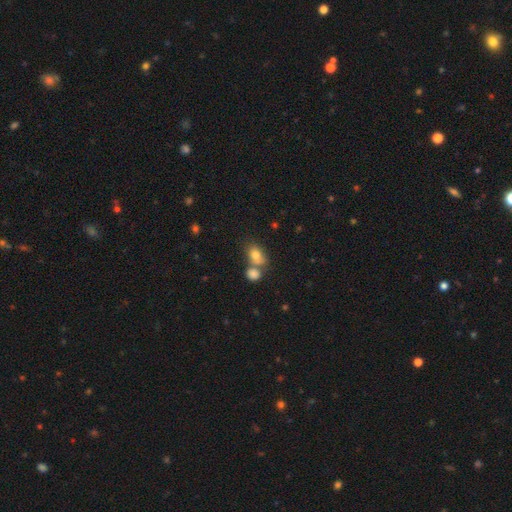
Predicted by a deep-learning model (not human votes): Smooth or featured? Predicted: smooth (p=0.78). How rounded? Predicted: in between (p=0.70). Merging? Predicted: none (p=0.42).